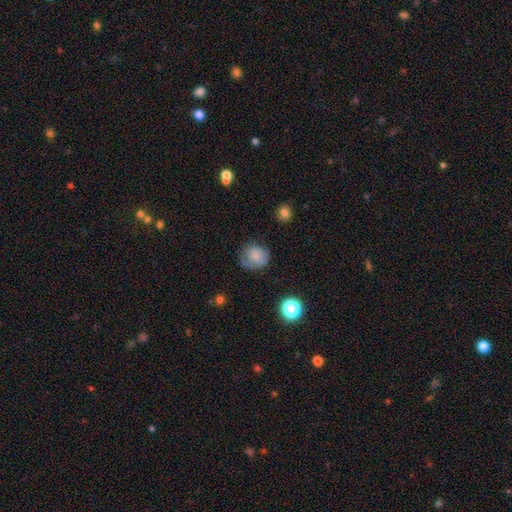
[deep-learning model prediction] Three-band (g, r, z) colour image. It shows a smooth galaxy with no disk features (74%) that is round (73%). Merging: none (59%).